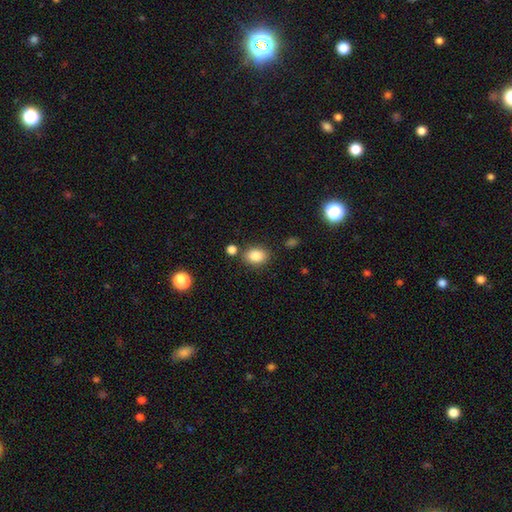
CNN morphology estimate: Smooth or featured: smooth — 85% (star or artifact — 10%)
How rounded: in between — 65% (round — 34%)
Merging: none — 79% (minor disturbance — 11%)